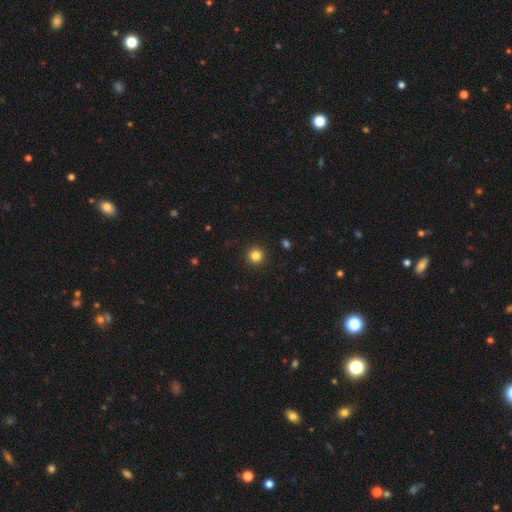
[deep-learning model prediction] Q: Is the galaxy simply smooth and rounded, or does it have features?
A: smooth — 83%.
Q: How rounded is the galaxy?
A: round — 95%.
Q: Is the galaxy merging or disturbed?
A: none — 92%.